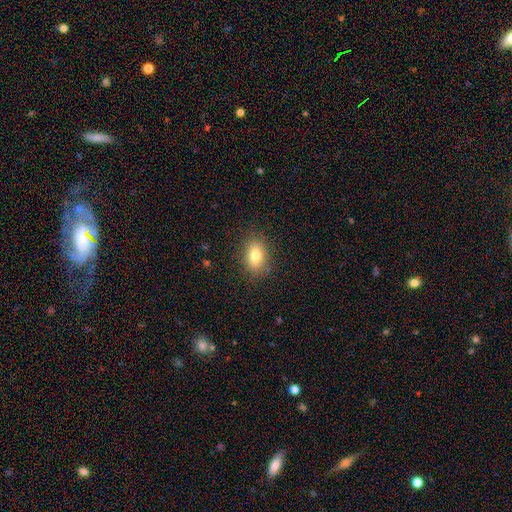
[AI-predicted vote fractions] smooth_or_featured: smooth (p=0.78) [alt: featured or disk p=0.12]
how_rounded: in between (p=0.80) [alt: round p=0.18]
merging: none (p=0.85) [alt: minor disturbance p=0.10]